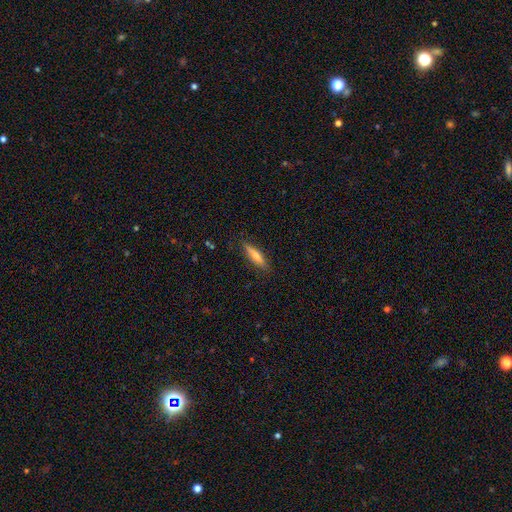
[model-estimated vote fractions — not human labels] smooth_or_featured: smooth (p=0.63) [alt: featured or disk p=0.30]
how_rounded: cigar-shaped (p=0.81) [alt: in between p=0.17]
merging: none (p=0.84) [alt: minor disturbance p=0.12]